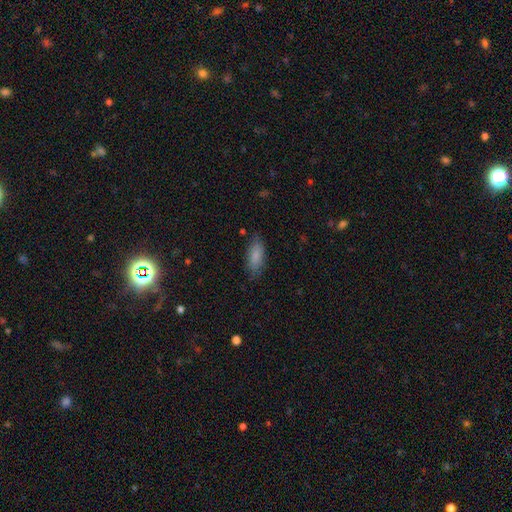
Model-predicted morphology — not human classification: A smooth galaxy with no disk features (85%) that is in between round and cigar-shaped (80%).

Vote fractions:
- Smooth or featured? smooth: 85% / featured or disk: 9% / star or artifact: 7%
- How rounded? in between: 80% / cigar-shaped: 18% / round: 2%
- Merging? none: 79% / minor disturbance: 16% / major disturbance: 4% / merger: 1%